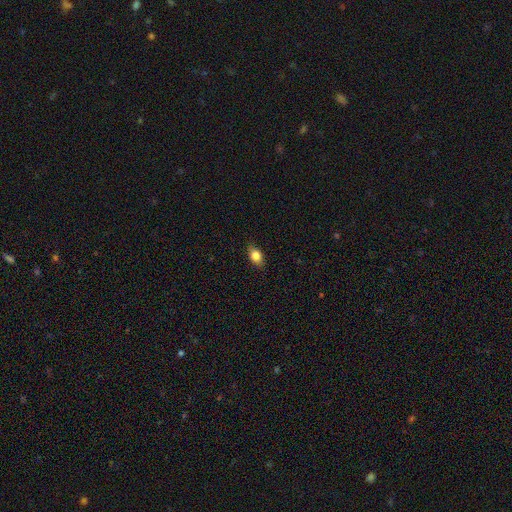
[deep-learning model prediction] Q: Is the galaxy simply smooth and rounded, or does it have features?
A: smooth — 82%.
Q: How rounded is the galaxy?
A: in between — 78%.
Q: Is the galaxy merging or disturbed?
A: none — 82%.